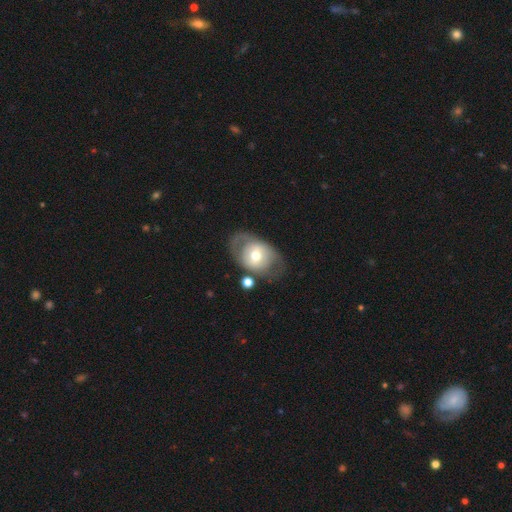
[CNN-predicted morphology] This is possibly a featured or disk galaxy (49%). Merging: likely none (60%).